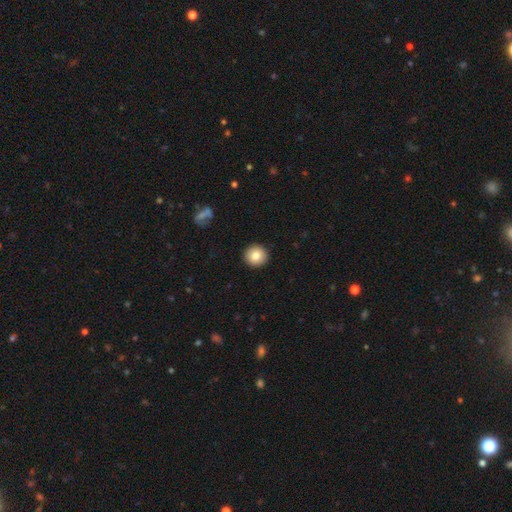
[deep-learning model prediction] smooth-or-featured: smooth: 83% | featured or disk: 9% | star or artifact: 8%
  how-rounded: round: 94% | in between: 5% | cigar-shaped: 1%
  merging: none: 93% | minor disturbance: 4% | major disturbance: 1% | merger: 1%